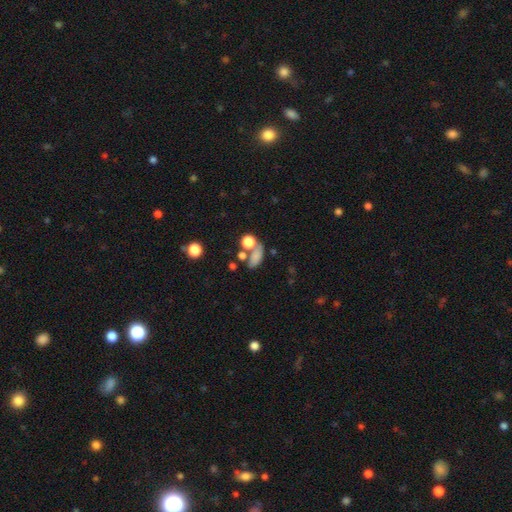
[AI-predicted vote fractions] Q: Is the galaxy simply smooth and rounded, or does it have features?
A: smooth — 74%.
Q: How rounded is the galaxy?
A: in between — 73%.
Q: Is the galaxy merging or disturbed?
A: none — 47%.